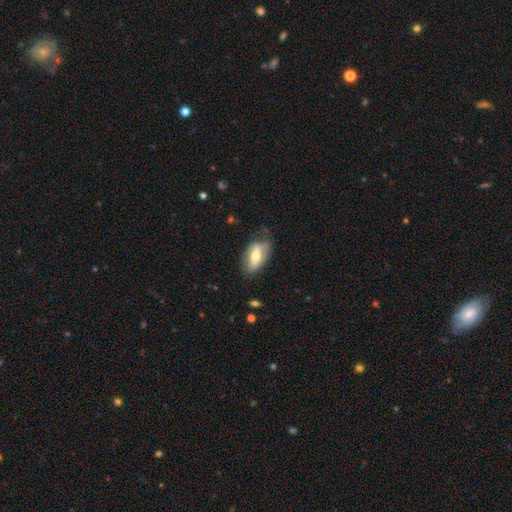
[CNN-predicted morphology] Smooth or featured? smooth (52%)
How rounded? in between (88%)
Merging? none (61%)